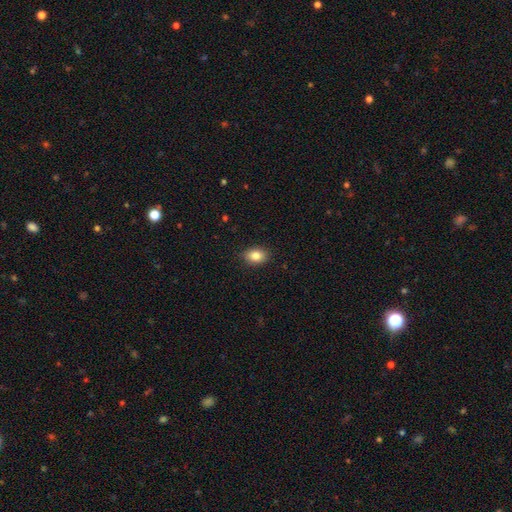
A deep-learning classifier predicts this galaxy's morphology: A smooth galaxy with no disk features (85%) that is in between round and cigar-shaped (75%). Merging: none (88%).